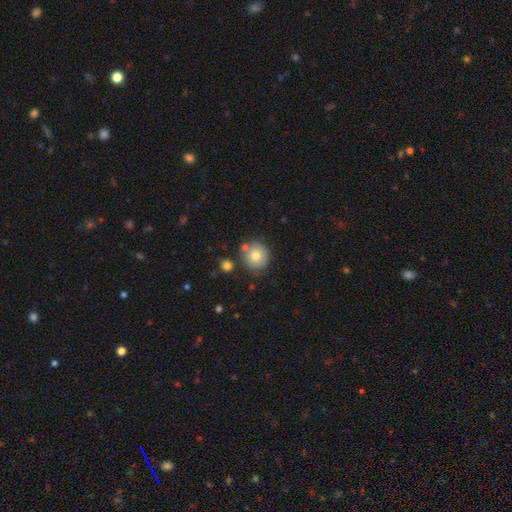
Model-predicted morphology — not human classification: Smooth or featured: smooth — 76% (featured or disk — 14%)
How rounded: round — 92% (in between — 7%)
Merging: none — 76% (minor disturbance — 11%)